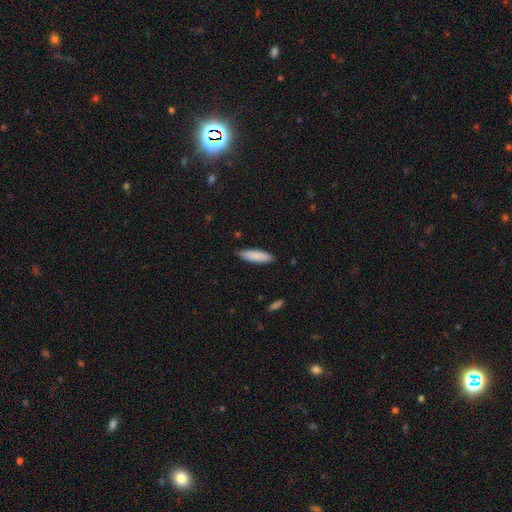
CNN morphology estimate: A smooth galaxy with no disk features (88%) that is cigar-shaped (58%). Merging: none (87%).